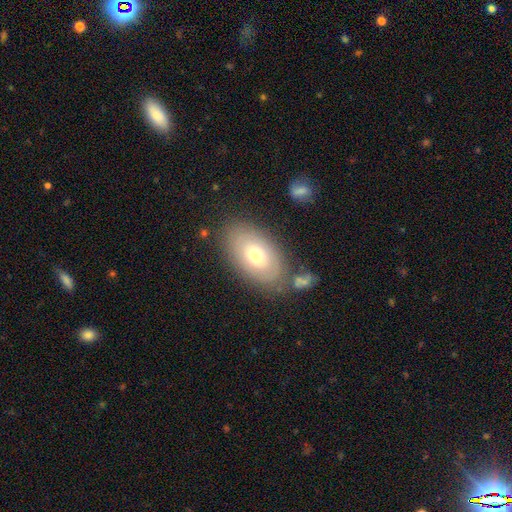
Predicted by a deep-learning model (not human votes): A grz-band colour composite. It shows a smooth galaxy with no disk features (61%) that is in between round and cigar-shaped (91%). Merging: none (75%).